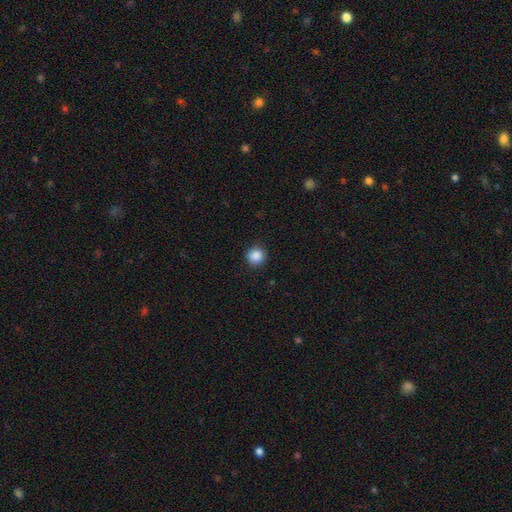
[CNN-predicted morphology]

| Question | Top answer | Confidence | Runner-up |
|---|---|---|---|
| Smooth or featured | smooth | 87% | star or artifact (10%) |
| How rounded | round | 93% | in between (6%) |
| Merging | none | 91% | minor disturbance (7%) |